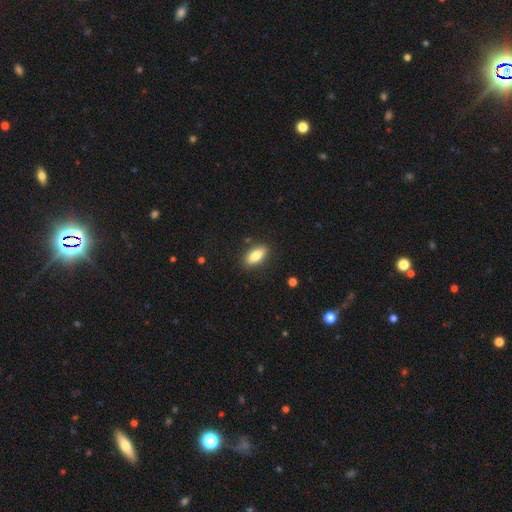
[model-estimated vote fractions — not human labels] Q: Smooth or featured?
A: smooth (82%); runner-up: featured or disk (11%)
Q: How rounded?
A: in between (82%); runner-up: cigar-shaped (15%)
Q: Merging?
A: none (87%); runner-up: minor disturbance (9%)